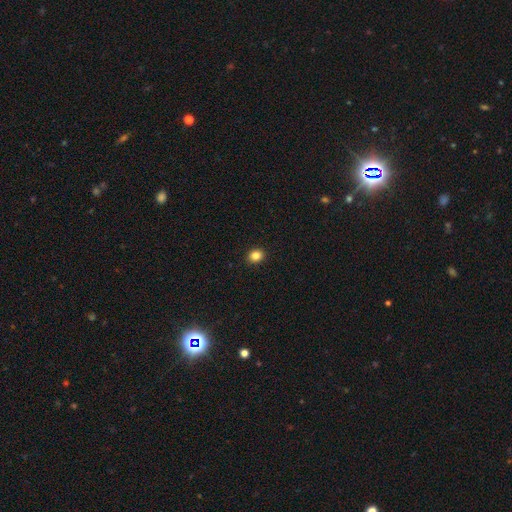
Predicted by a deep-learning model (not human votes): smooth-or-featured: smooth: 84% | star or artifact: 11% | featured or disk: 4%
  how-rounded: round: 69% | in between: 30% | cigar-shaped: 1%
  merging: none: 92% | minor disturbance: 6% | major disturbance: 2% | merger: 1%